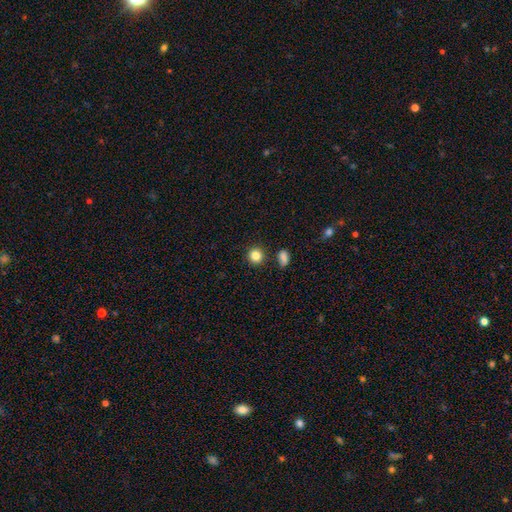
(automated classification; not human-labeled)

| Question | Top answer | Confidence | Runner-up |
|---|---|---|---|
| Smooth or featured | smooth | 85% | star or artifact (11%) |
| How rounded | round | 91% | in between (8%) |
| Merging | none | 88% | minor disturbance (6%) |